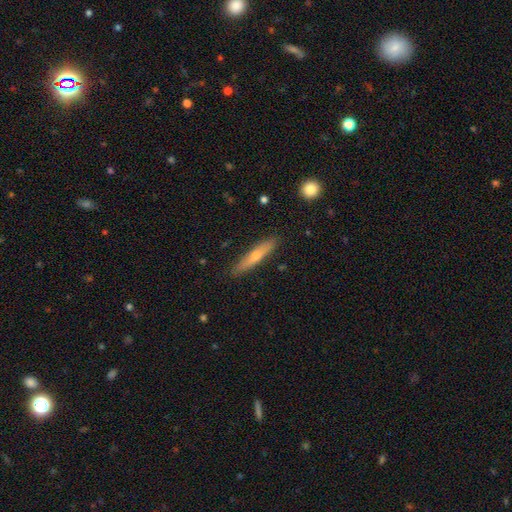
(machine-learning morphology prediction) smooth_or_featured: smooth (p=0.48) [alt: featured or disk p=0.45]
merging: none (p=0.88) [alt: minor disturbance p=0.09]